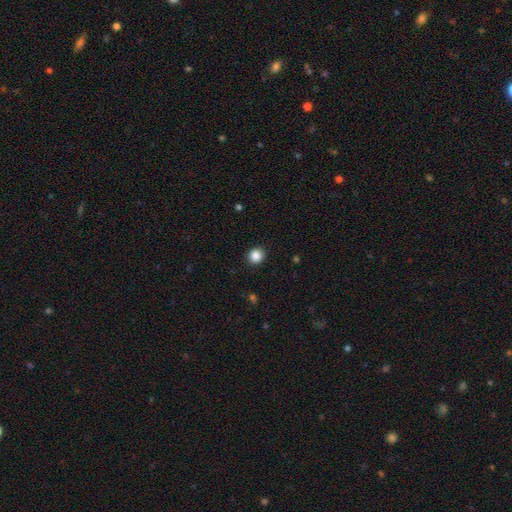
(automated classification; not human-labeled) A smooth galaxy with no disk features (86%) that is round (85%). Merging: none (92%).